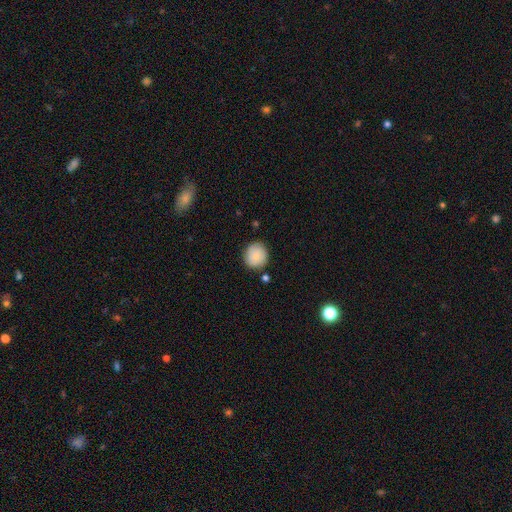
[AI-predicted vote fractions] This appears to be a smooth galaxy with no disk features (82%) that is round (87%). Merging: none (82%).